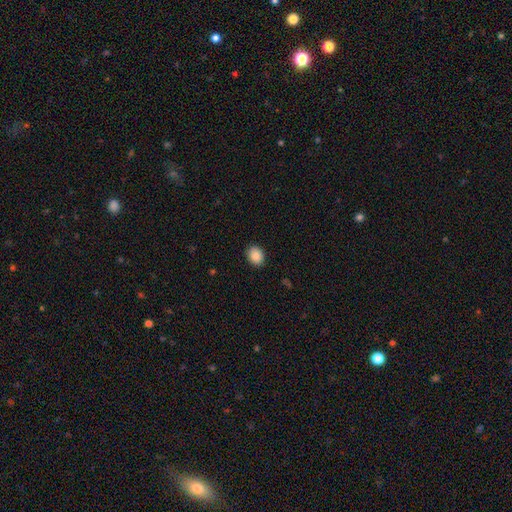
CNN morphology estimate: The model was most divided on "how rounded": in between: 57%, round: 43%, cigar-shaped: 1%. More confident: smooth or featured — smooth (89%); merging — none (89%).